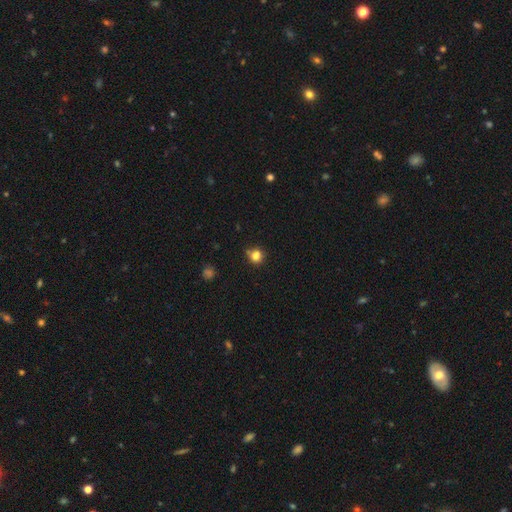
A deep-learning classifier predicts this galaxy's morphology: Overall: smooth (80%). How rounded: round (84%). Merging: none (70%).